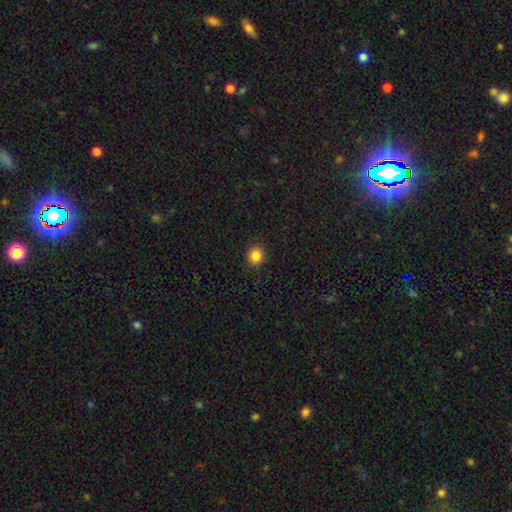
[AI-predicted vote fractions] Smooth or featured: smooth — 85% (star or artifact — 11%)
How rounded: round — 90% (in between — 9%)
Merging: none — 91% (minor disturbance — 7%)